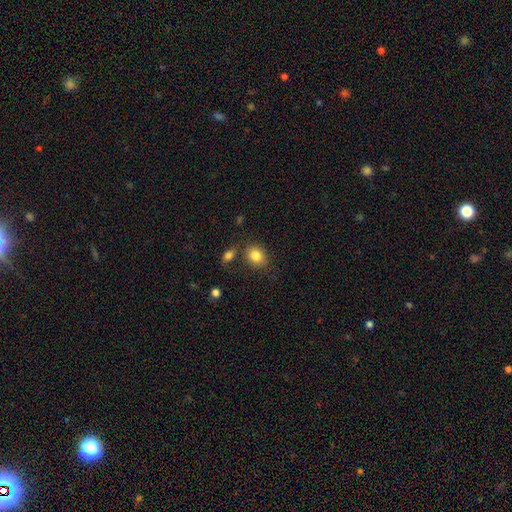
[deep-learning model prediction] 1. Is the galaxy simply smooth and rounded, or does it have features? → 83% smooth, 9% star or artifact, 7% featured or disk.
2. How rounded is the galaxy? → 50% in between, 49% round, 1% cigar-shaped.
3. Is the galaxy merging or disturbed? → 74% none, 13% minor disturbance, 9% merger, 4% major disturbance.